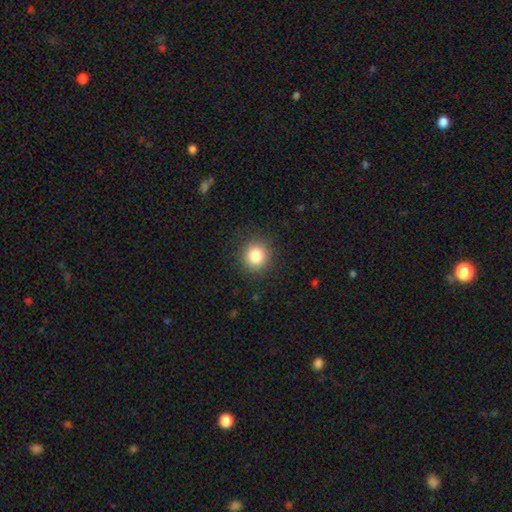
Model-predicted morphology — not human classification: smooth-or-featured: smooth: 84% | star or artifact: 10% | featured or disk: 5%
  how-rounded: round: 89% | in between: 10% | cigar-shaped: 1%
  merging: none: 89% | minor disturbance: 7% | major disturbance: 3% | merger: 1%